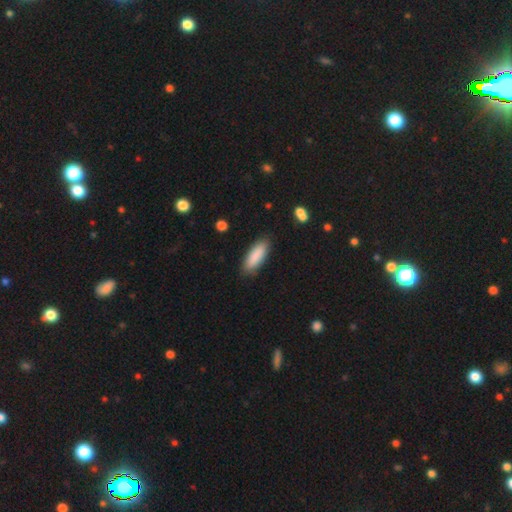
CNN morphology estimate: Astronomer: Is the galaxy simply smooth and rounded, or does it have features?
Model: smooth — 88%.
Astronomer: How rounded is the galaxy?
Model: in between — 65%.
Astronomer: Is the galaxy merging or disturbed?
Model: none — 86%.